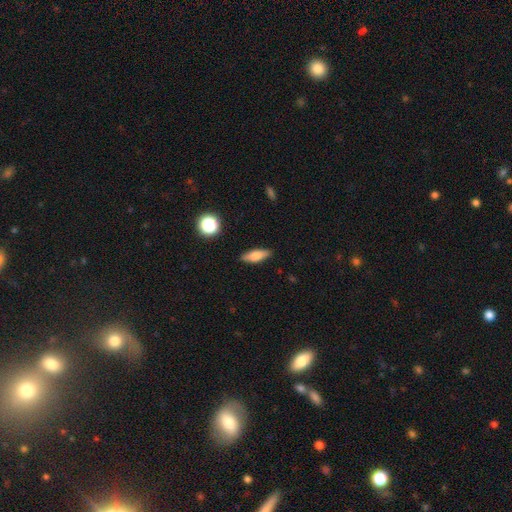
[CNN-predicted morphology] type=smooth (73%); roundness=in between (59%); merging=none (87%).